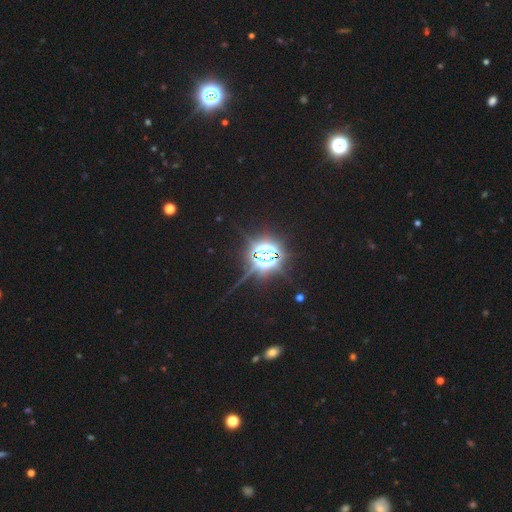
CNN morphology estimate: smooth_or_featured: star or artifact (p=0.80) [alt: featured or disk p=0.10]